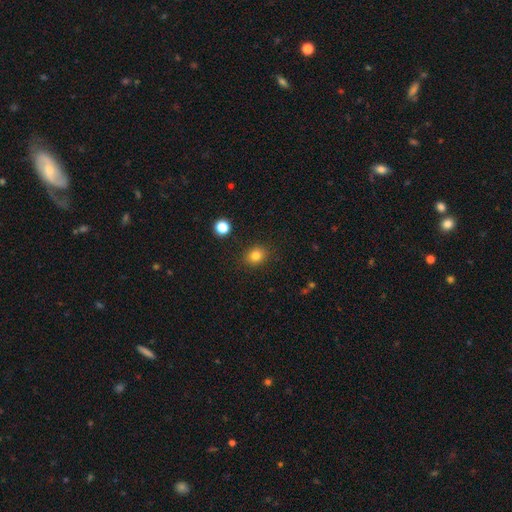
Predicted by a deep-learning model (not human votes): smooth 82%, star or artifact 12%, featured or disk 6%. Down the decision tree: how rounded — round (62%); merging — none (87%).